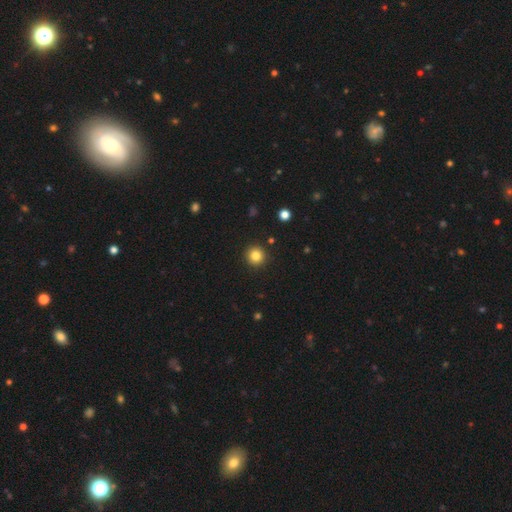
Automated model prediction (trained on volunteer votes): smooth-or-featured: smooth: 83% | star or artifact: 11% | featured or disk: 5%
  how-rounded: round: 95% | in between: 4% | cigar-shaped: 1%
  merging: none: 92% | minor disturbance: 5% | major disturbance: 2% | merger: 1%